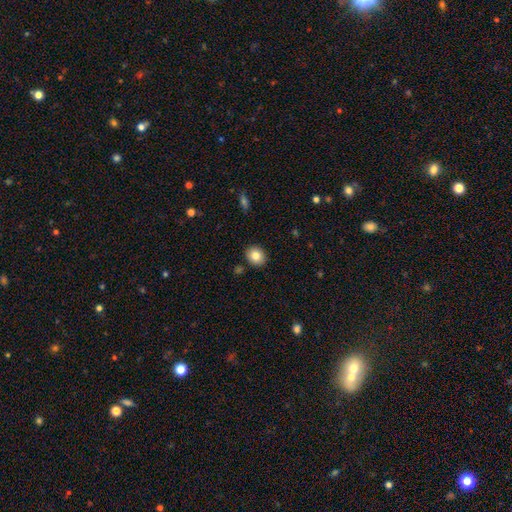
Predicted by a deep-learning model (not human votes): This appears to be a smooth galaxy with no disk features (82%) that is round (60%). Merging: none (89%).